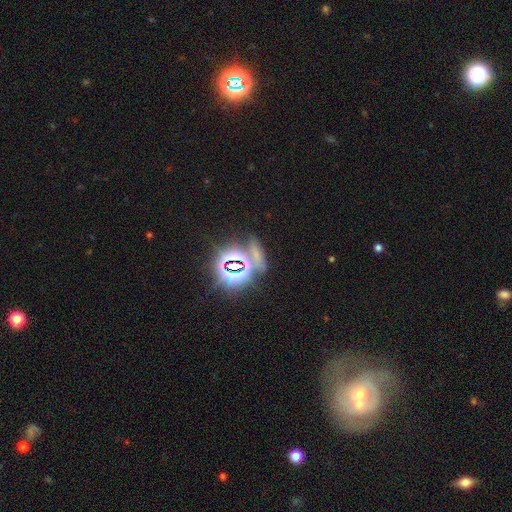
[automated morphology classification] Smooth or featured: star or artifact — 62% (smooth — 27%)